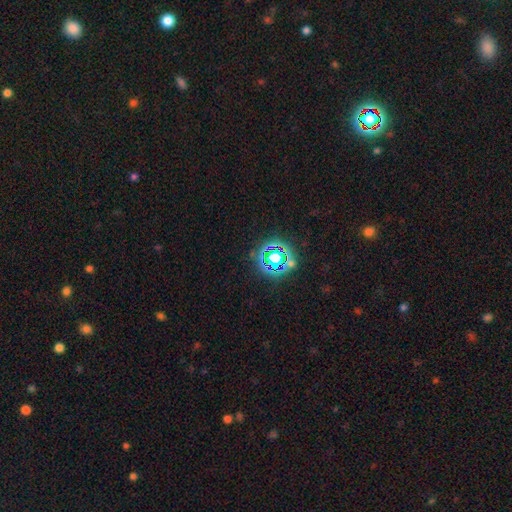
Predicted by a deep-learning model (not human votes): The model was most divided on "smooth or featured": star or artifact: 77%, smooth: 16%, featured or disk: 7%.